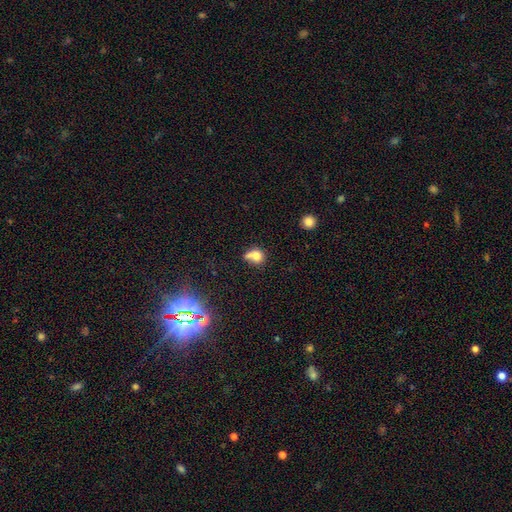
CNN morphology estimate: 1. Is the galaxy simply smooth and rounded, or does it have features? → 72% smooth, 15% featured or disk, 13% star or artifact.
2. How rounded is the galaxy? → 67% round, 32% in between, 2% cigar-shaped.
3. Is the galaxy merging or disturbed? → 34% none (tied), 34% merger (tied), 18% minor disturbance, 14% major disturbance.